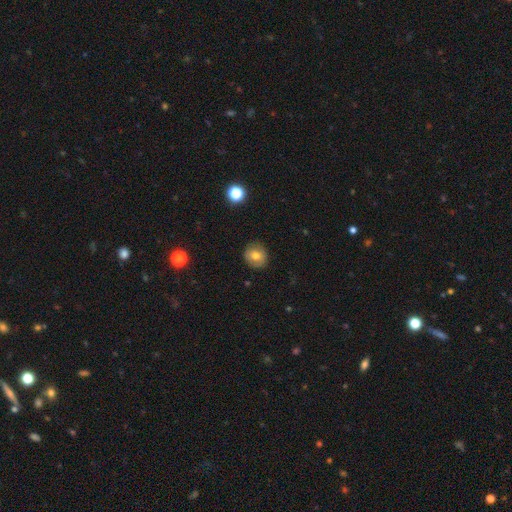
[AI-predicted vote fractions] Smooth or featured? smooth (70%)
How rounded? round (85%)
Merging? none (86%)